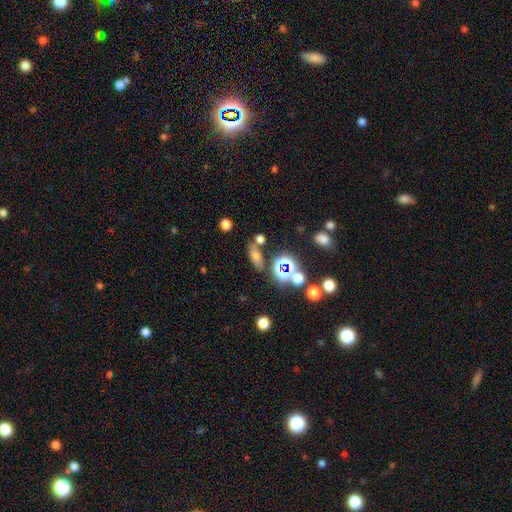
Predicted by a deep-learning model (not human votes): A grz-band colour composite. It shows a smooth galaxy with no disk features (48%). Merging: none (68%).